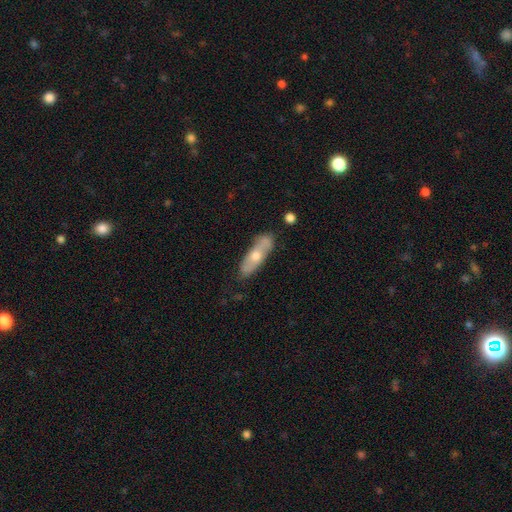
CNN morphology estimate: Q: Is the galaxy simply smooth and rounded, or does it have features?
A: smooth — 49%.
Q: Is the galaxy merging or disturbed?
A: none — 73%.